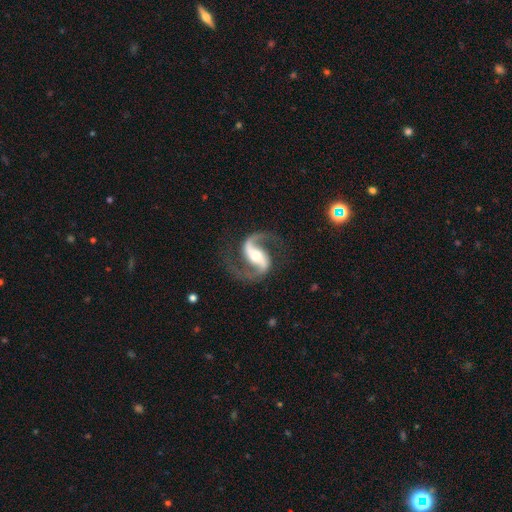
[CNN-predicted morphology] A featured or disk galaxy (93%) with a strong bar (49%), 2 (94%) medium (49%) spiral arms (98%) and a moderate central bulge (62%). Merging: none (80%).